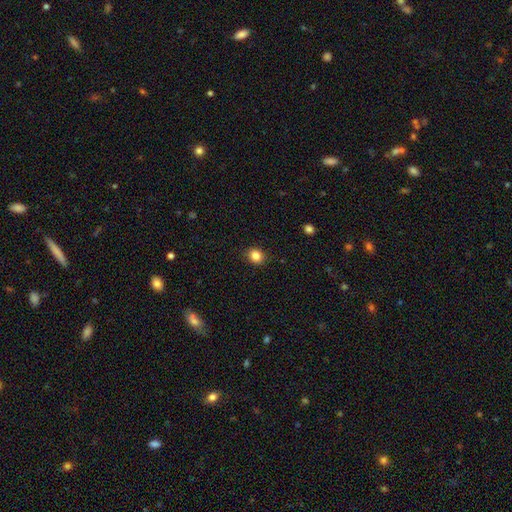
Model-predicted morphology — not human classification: Smooth or featured? smooth (85%)
How rounded? round (67%)
Merging? none (87%)